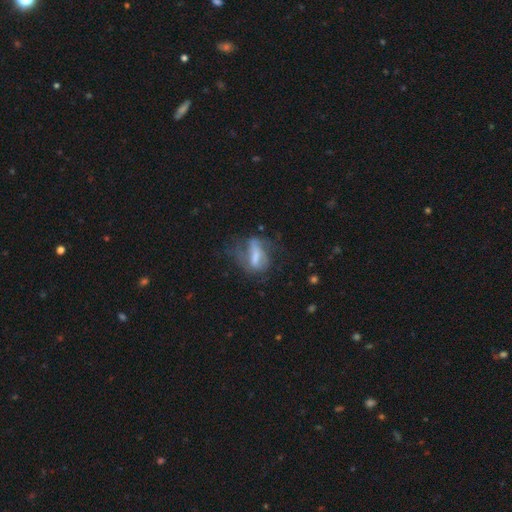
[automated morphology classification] This is possibly a featured or disk galaxy (50%). Merging: marginally major disturbance (37%).